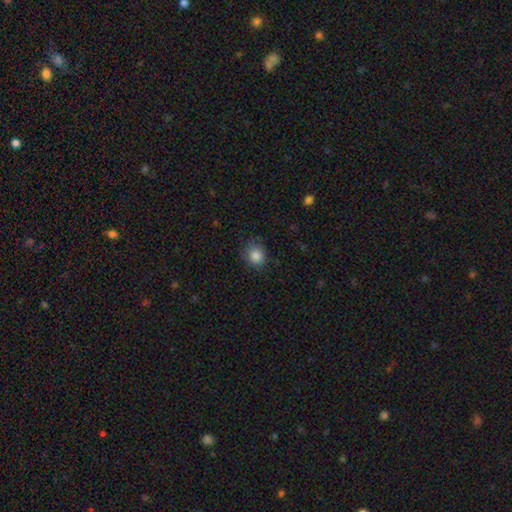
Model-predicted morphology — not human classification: smooth-or-featured: smooth: 86% | star or artifact: 10% | featured or disk: 4%
  how-rounded: round: 74% | in between: 25% | cigar-shaped: 1%
  merging: none: 77% | minor disturbance: 18% | major disturbance: 4% | merger: 1%